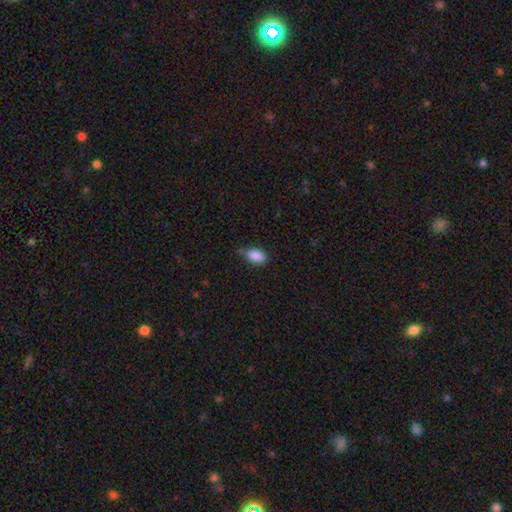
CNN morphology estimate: The model was most divided on "merging": none: 55%, minor disturbance: 37%, major disturbance: 7%, merger: 2%. More confident: how rounded — in between (90%); smooth or featured — smooth (88%).